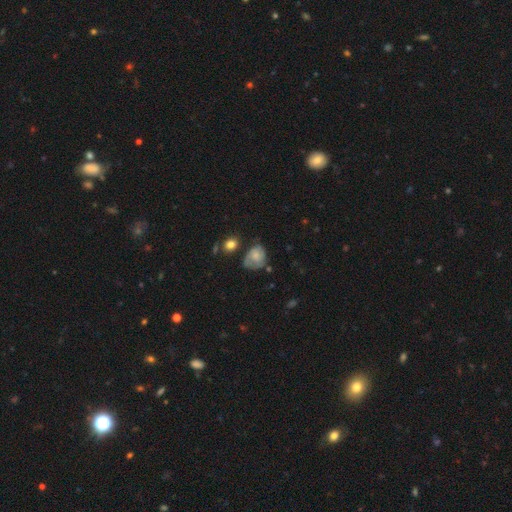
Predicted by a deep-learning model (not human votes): Smooth or featured: smooth — 56% (featured or disk — 35%)
How rounded: round — 50% (in between — 49%)
Merging: none — 43% (minor disturbance — 34%)